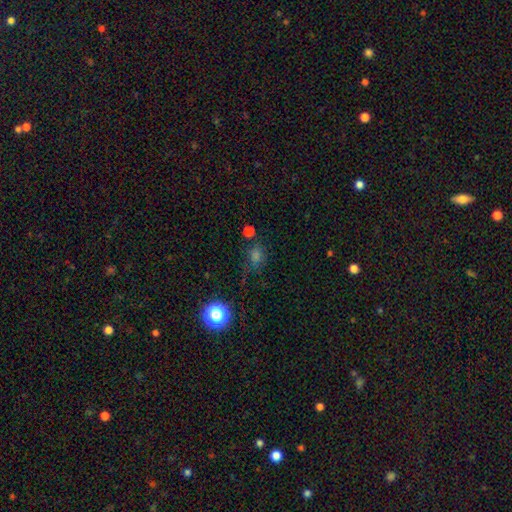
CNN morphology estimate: Q: Smooth or featured?
A: smooth (54%); runner-up: star or artifact (36%)
Q: How rounded?
A: round (64%); runner-up: in between (35%)
Q: Merging?
A: none (70%); runner-up: minor disturbance (17%)